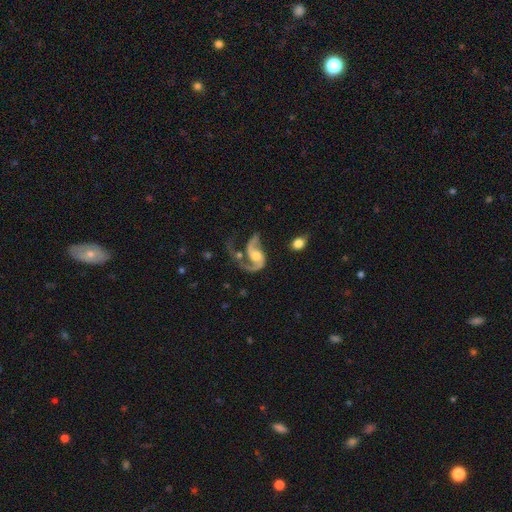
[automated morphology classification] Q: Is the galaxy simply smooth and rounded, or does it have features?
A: featured or disk — 88%.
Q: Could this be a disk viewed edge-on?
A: no — 98%.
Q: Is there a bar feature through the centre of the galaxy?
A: no — 54%.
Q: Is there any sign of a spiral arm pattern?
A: yes — 96%.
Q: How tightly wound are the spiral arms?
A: loose — 55%.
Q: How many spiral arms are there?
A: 2 — 83%.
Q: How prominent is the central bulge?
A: moderate — 56%.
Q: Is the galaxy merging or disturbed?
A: none — 37%.